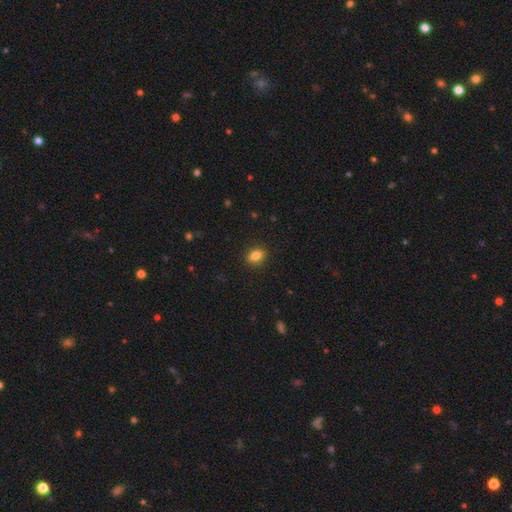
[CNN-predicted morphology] A smooth galaxy with no disk features (85%) that is in between round and cigar-shaped (76%). Merging: none (89%).